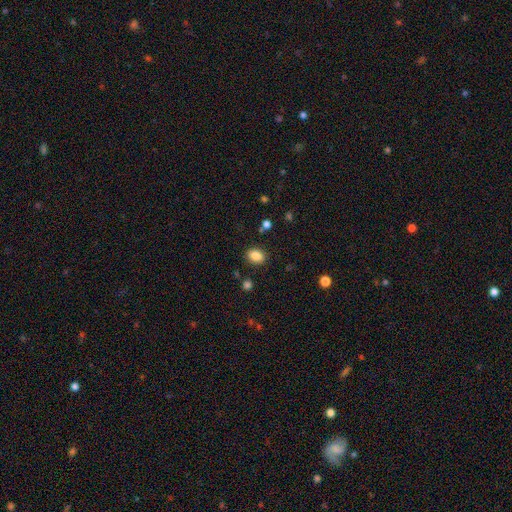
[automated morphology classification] Smooth or featured? Predicted: smooth (p=0.86). How rounded? Predicted: in between (p=0.71). Merging? Predicted: none (p=0.86).